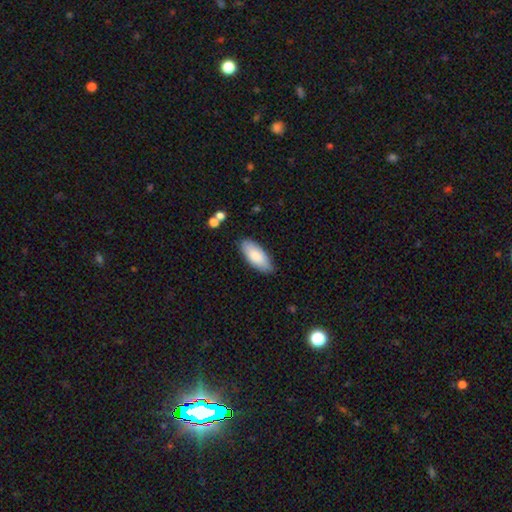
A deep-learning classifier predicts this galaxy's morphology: Overall: smooth (84%). How rounded: in between (85%). Merging: none (83%).